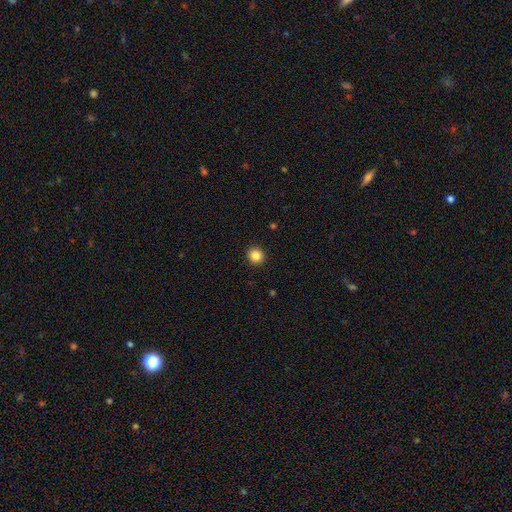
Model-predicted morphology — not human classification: Q: Smooth or featured?
A: smooth (85%); runner-up: star or artifact (11%)
Q: How rounded?
A: round (90%); runner-up: in between (9%)
Q: Merging?
A: none (92%); runner-up: minor disturbance (5%)